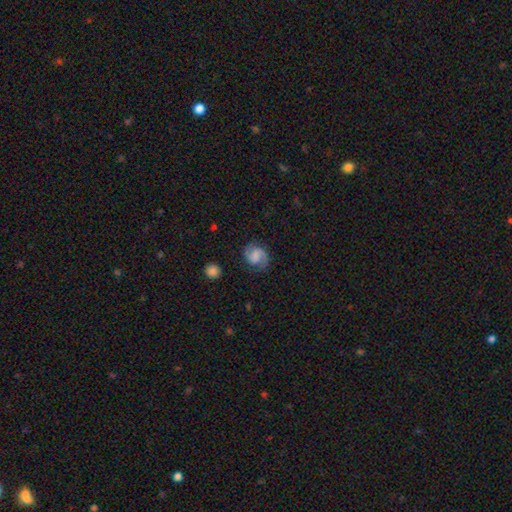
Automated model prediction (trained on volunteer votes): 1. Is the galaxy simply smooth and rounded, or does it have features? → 68% featured or disk, 25% smooth, 8% star or artifact.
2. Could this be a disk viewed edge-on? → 98% no, 2% yes.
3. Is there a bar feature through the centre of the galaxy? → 49% weak, 36% no, 15% strong.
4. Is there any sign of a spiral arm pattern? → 95% yes, 5% no.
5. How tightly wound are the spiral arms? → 51% medium, 26% loose, 23% tight.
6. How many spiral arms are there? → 90% 2, 4% can't tell, 3% 1, 1% 3, 1% 4, 1% more than 4.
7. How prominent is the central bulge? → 45% none, 22% small, 21% moderate, 10% large, 2% dominant.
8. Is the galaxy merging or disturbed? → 79% none, 14% minor disturbance, 5% major disturbance, 1% merger.